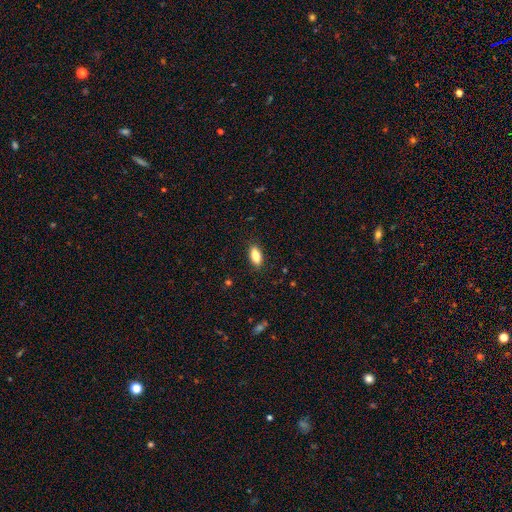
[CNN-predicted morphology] The model was most divided on "how rounded": in between: 83%, cigar-shaped: 14%, round: 3%. More confident: merging — none (86%); smooth or featured — smooth (84%).